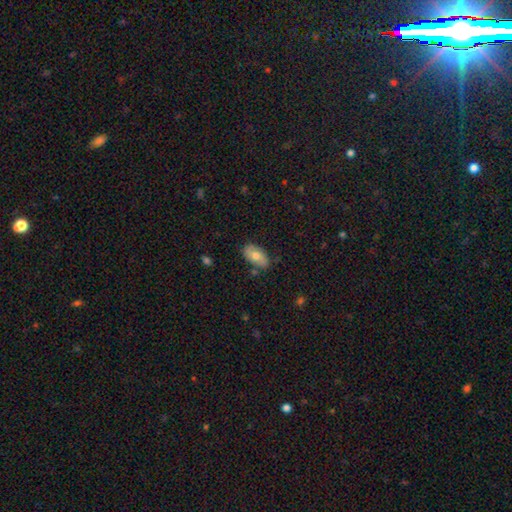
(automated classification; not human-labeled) The model was most divided on "smooth or featured": smooth: 69%, featured or disk: 25%, star or artifact: 7%. More confident: how rounded — in between (93%); merging — none (75%).